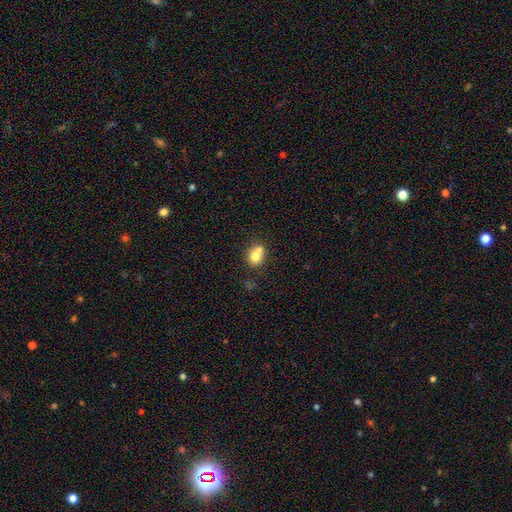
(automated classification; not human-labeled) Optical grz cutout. It shows a smooth galaxy with no disk features (74%) that is round (68%). Merging: merger (49%).